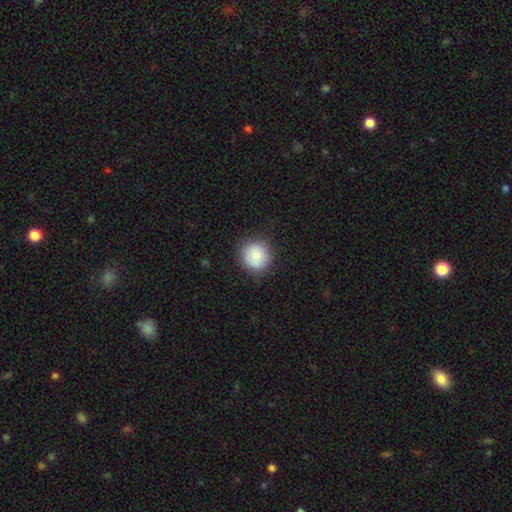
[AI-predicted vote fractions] smooth-or-featured: smooth: 82% | featured or disk: 9% | star or artifact: 8%
  how-rounded: round: 90% | in between: 9% | cigar-shaped: 1%
  merging: none: 84% | minor disturbance: 12% | major disturbance: 3% | merger: 1%